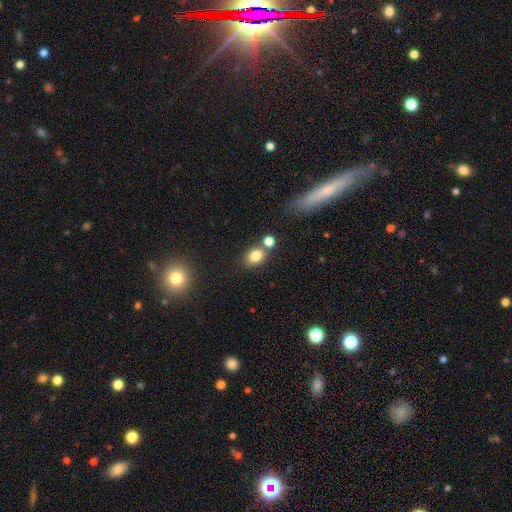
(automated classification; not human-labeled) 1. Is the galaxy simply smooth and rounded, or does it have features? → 80% smooth, 12% star or artifact, 8% featured or disk.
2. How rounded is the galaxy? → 61% in between, 37% round, 1% cigar-shaped.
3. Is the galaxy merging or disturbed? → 64% none, 21% merger, 11% minor disturbance, 4% major disturbance.